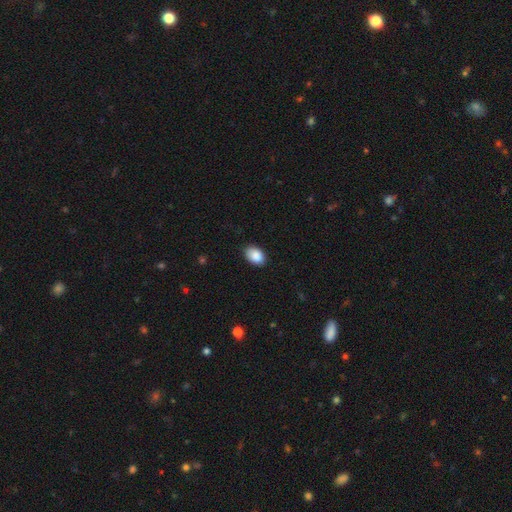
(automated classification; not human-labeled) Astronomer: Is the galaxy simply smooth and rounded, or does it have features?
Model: smooth — 89%.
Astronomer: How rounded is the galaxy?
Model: in between — 87%.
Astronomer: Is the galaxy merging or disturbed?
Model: none — 85%.